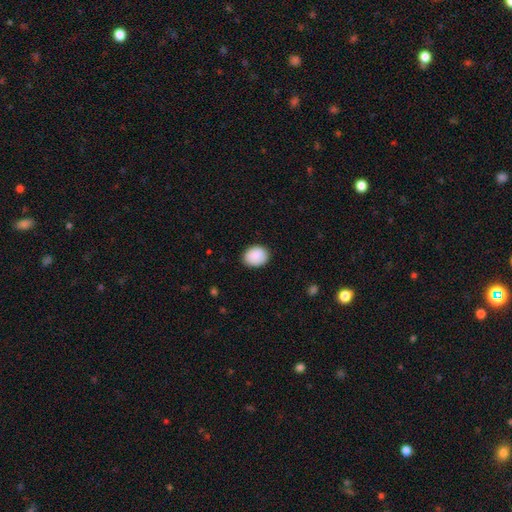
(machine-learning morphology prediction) type=smooth (90%); roundness=in between (56%); merging=none (85%).